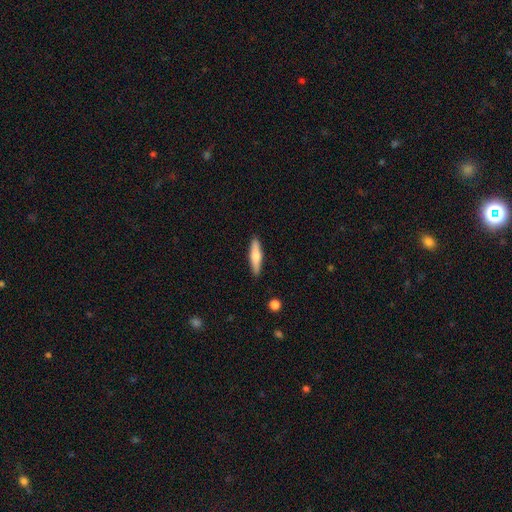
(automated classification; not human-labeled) Morphology: type=smooth (60%); roundness=cigar-shaped (78%); merging=none (89%).